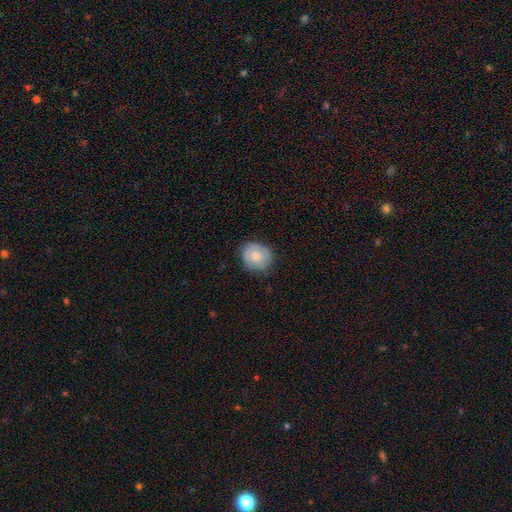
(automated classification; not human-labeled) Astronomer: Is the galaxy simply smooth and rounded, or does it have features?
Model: smooth — 69%.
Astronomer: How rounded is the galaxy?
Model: round — 76%.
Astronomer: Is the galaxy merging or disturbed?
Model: none — 75%.